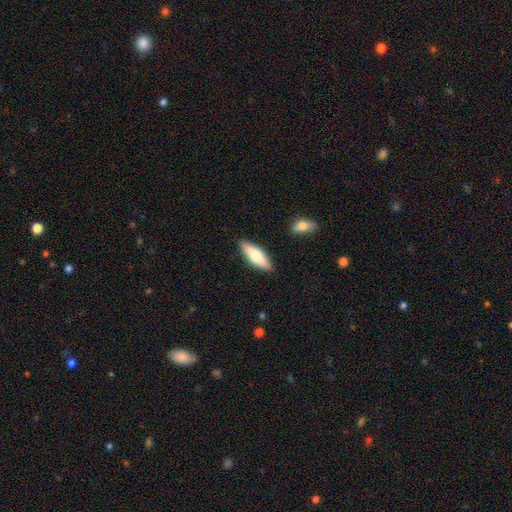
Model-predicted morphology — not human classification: The model was most divided on "how rounded": in between: 54%, cigar-shaped: 44%, round: 2%. More confident: merging — none (86%); smooth or featured — smooth (75%).